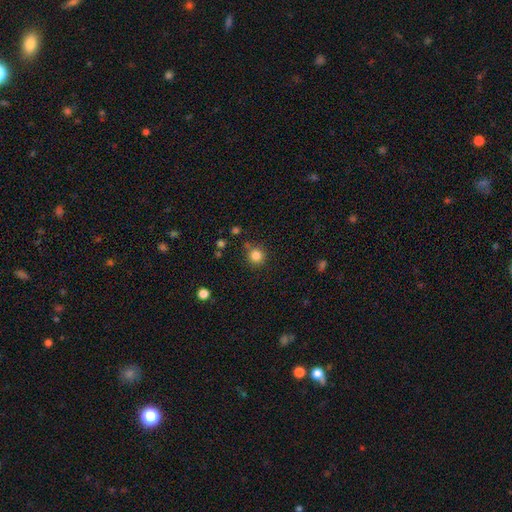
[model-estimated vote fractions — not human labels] Q: Smooth or featured?
A: smooth (83%); runner-up: star or artifact (12%)
Q: How rounded?
A: round (92%); runner-up: in between (7%)
Q: Merging?
A: none (79%); runner-up: minor disturbance (12%)